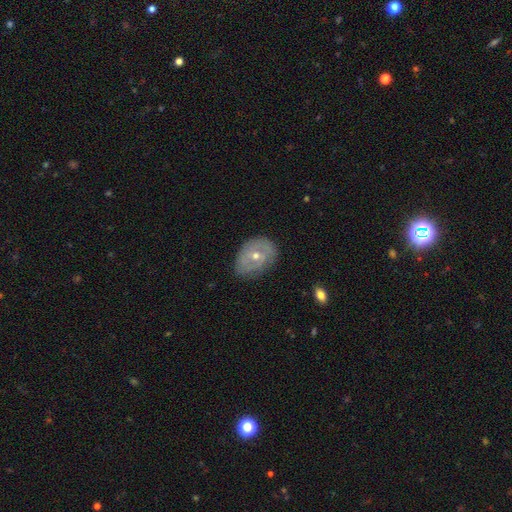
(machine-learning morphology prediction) Smooth or featured? featured or disk (62%)
Edge-on disk? no (94%)
Bar? no (64%)
Spiral arms? yes (61%)
Bulge size? moderate (53%)
Merging? none (69%)